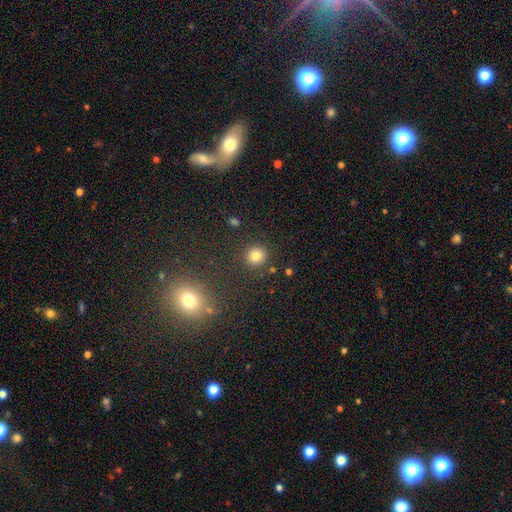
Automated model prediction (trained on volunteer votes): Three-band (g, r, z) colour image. It shows a smooth galaxy with no disk features (80%) that is round (91%). Merging: none (88%).